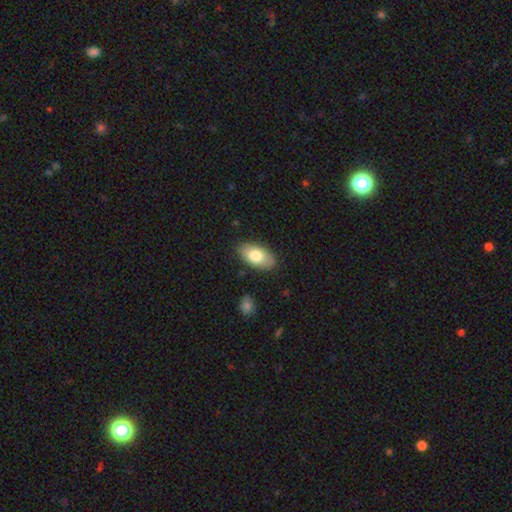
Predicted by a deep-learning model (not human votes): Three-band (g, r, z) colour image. It shows a smooth galaxy with no disk features (77%) that is in between round and cigar-shaped (94%). Merging: none (85%).